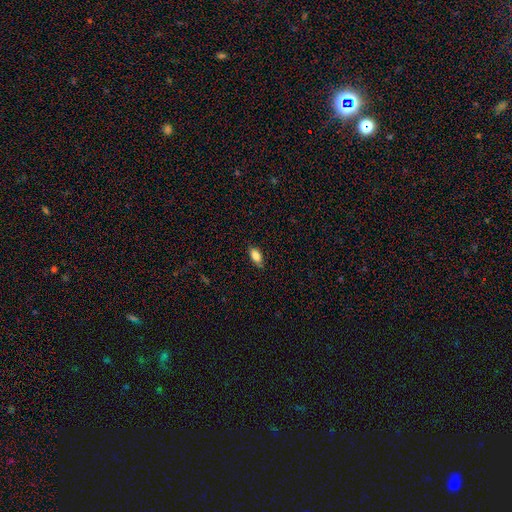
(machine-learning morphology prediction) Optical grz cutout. It shows a smooth galaxy with no disk features (84%) that is in between round and cigar-shaped (87%). Merging: none (80%).